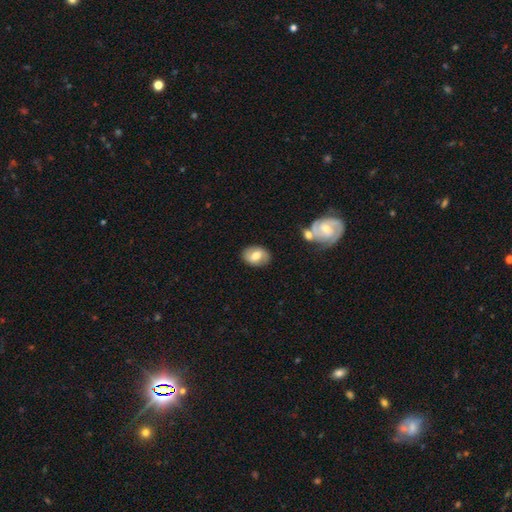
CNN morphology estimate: A smooth galaxy with no disk features (57%) that is in between round and cigar-shaped (79%).

Vote fractions:
- Smooth or featured? smooth: 57% / featured or disk: 35% / star or artifact: 7%
- How rounded? in between: 79% / round: 20% / cigar-shaped: 1%
- Merging? none: 82% / minor disturbance: 12% / major disturbance: 3% / merger: 2%